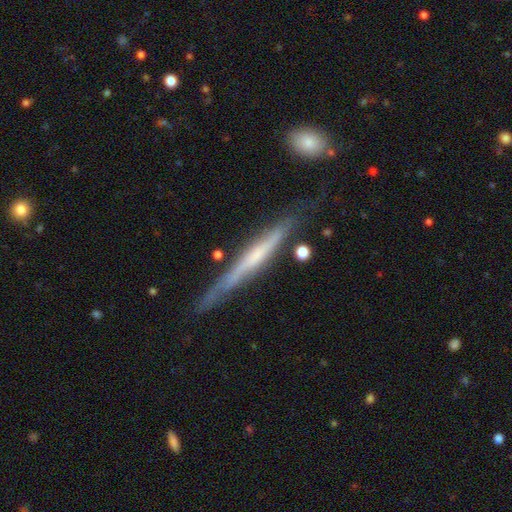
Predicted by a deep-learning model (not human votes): Smooth or featured?
  - featured or disk: 65% *
  - smooth: 29%
  - star or artifact: 6%
Edge-on disk?
  - yes: 95% *
  - no: 5%
Edge-on bulge?
  - none: 57% *
  - rounded: 30%
  - boxy: 13%
Merging?
  - none: 75% *
  - minor disturbance: 18%
  - major disturbance: 4%
  - merger: 3%